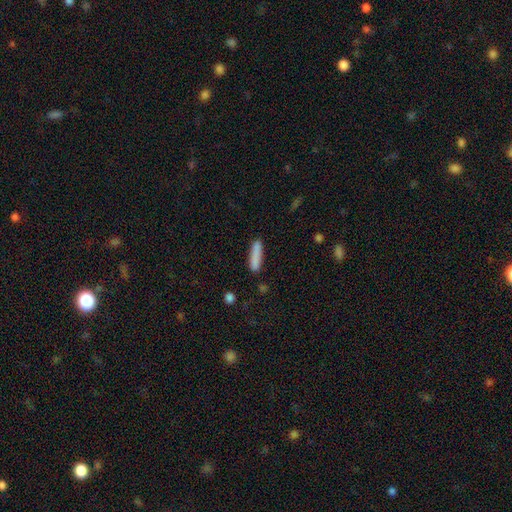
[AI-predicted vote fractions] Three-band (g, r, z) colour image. It shows a smooth galaxy with no disk features (86%) that is cigar-shaped (81%). Merging: none (85%).